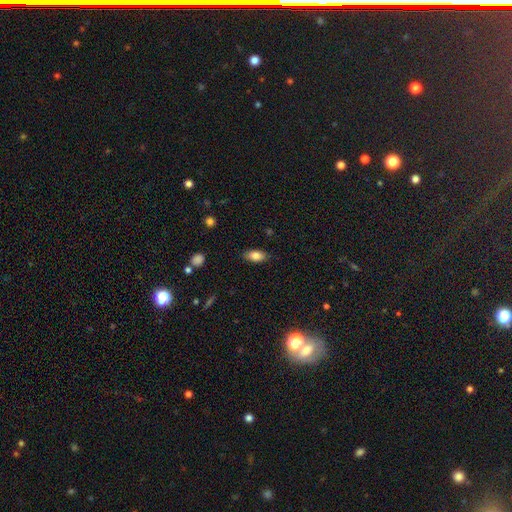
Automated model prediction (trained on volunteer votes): Q: Smooth or featured?
A: smooth (82%); runner-up: featured or disk (10%)
Q: How rounded?
A: in between (89%); runner-up: cigar-shaped (7%)
Q: Merging?
A: none (86%); runner-up: minor disturbance (11%)